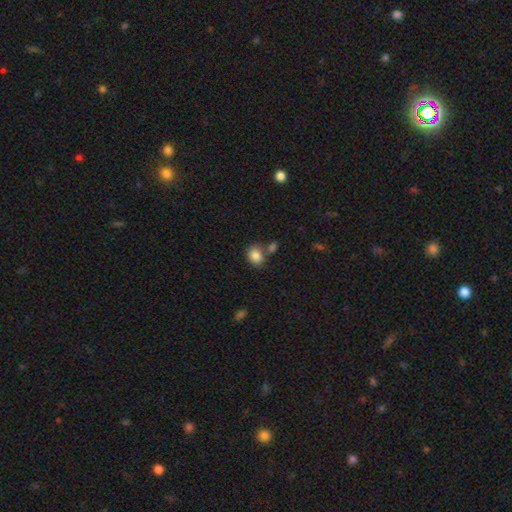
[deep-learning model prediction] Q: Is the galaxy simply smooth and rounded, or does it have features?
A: smooth — 86%.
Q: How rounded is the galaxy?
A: in between — 61%.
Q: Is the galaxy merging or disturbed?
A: none — 63%.